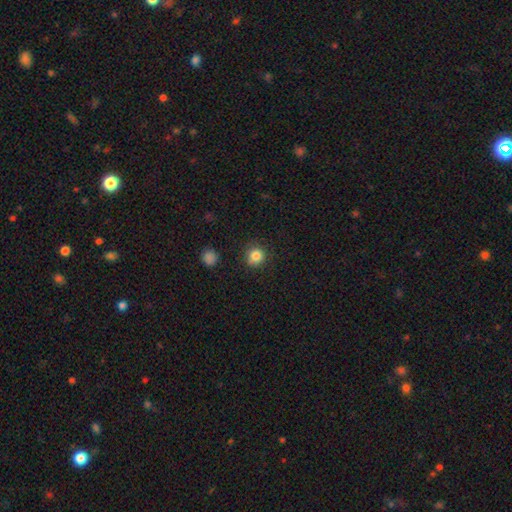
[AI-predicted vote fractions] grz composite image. It shows a smooth galaxy with no disk features (84%) that is round (90%). Merging: none (86%).